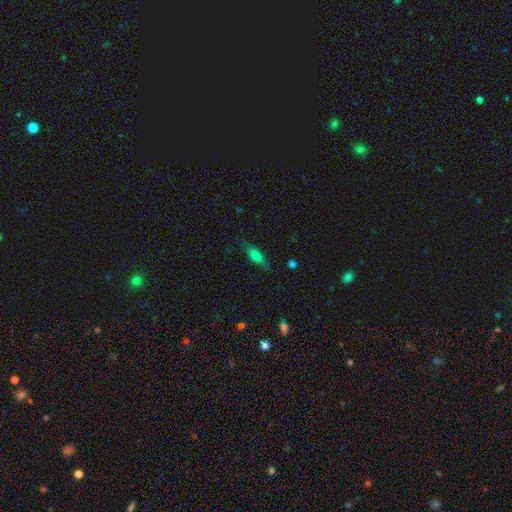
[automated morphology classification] Smooth or featured: smooth — 64% (featured or disk — 27%)
How rounded: cigar-shaped — 51% (in between — 46%)
Merging: none — 78% (minor disturbance — 16%)